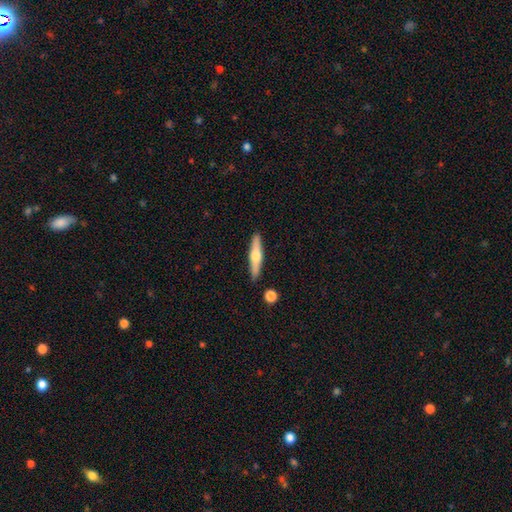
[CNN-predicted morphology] This is possibly a featured or disk galaxy (54%). It is clearly viewed edge-on (95%). Edge-on bulge: clearly rounded (93%). Merging: clearly none (87%).